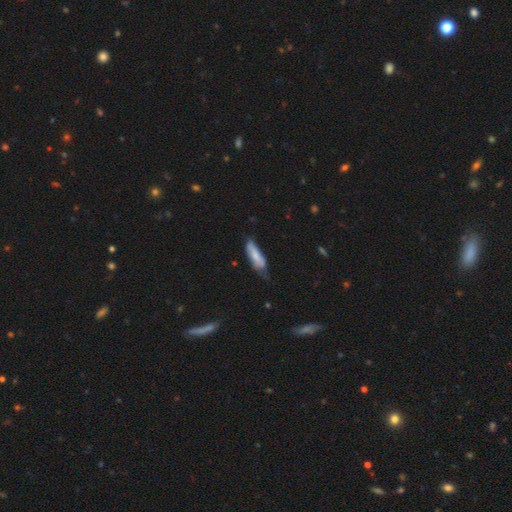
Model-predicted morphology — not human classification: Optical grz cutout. It shows a smooth galaxy with no disk features (73%) that is cigar-shaped (49%, tied with in between). Merging: none (43%).